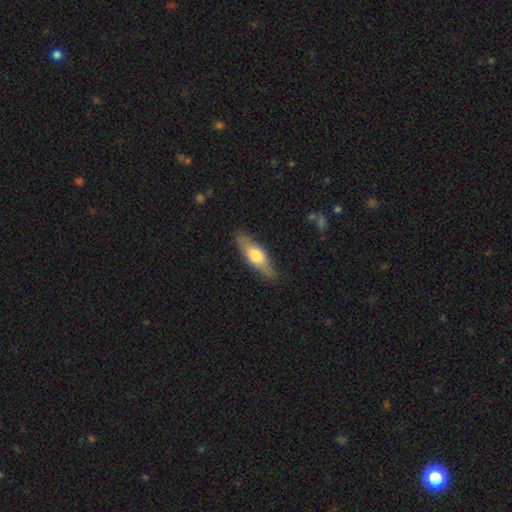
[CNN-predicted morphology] The model was most divided on "how rounded": in between: 49%, cigar-shaped: 48%, round: 3%. More confident: merging — none (85%); smooth or featured — smooth (57%).